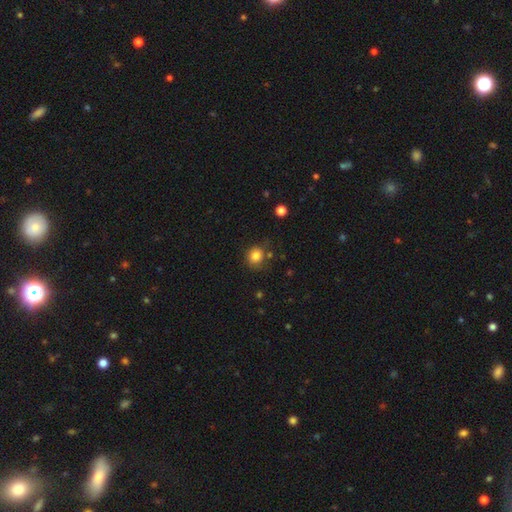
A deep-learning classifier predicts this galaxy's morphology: smooth_or_featured: smooth (p=0.82) [alt: star or artifact p=0.11]
how_rounded: round (p=0.82) [alt: in between p=0.17]
merging: none (p=0.73) [alt: minor disturbance p=0.17]